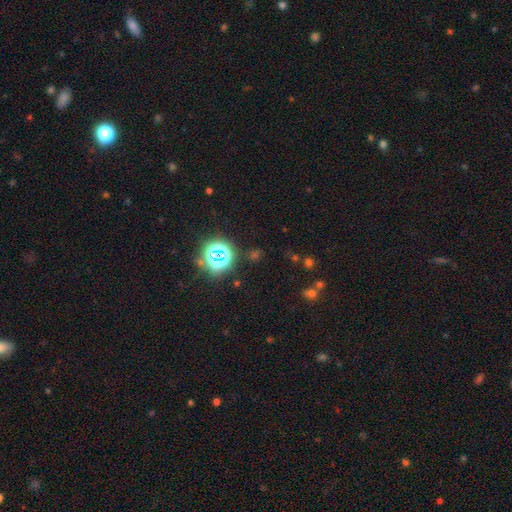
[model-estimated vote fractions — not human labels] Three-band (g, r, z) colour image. It shows a star or artifact, not a galaxy (72%).